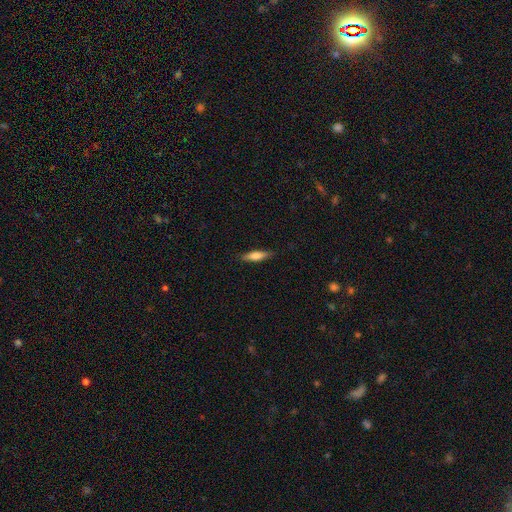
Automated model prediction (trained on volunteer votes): smooth-or-featured: smooth: 67% | featured or disk: 27% | star or artifact: 6%
  how-rounded: cigar-shaped: 70% | in between: 28% | round: 2%
  merging: none: 86% | minor disturbance: 11% | major disturbance: 2% | merger: 1%